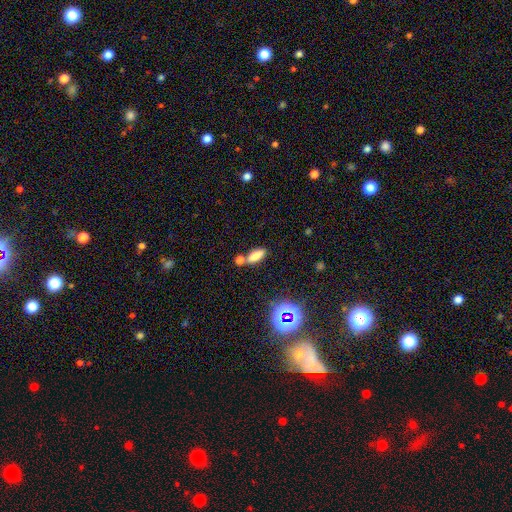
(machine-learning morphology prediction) Q: Smooth or featured?
A: smooth (75%); runner-up: star or artifact (14%)
Q: How rounded?
A: in between (75%); runner-up: cigar-shaped (21%)
Q: Merging?
A: none (62%); runner-up: merger (23%)